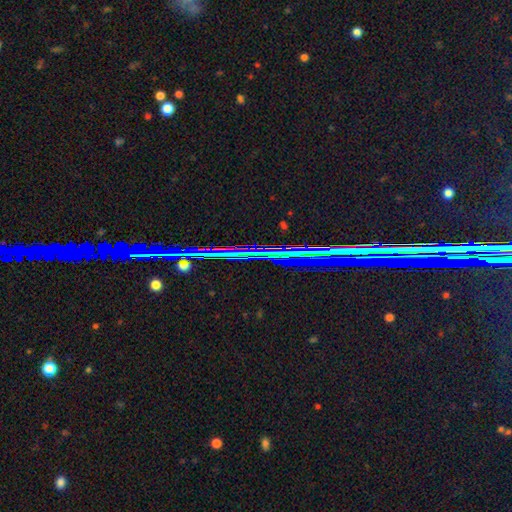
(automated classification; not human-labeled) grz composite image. It shows a star or artifact, not a galaxy (84%).